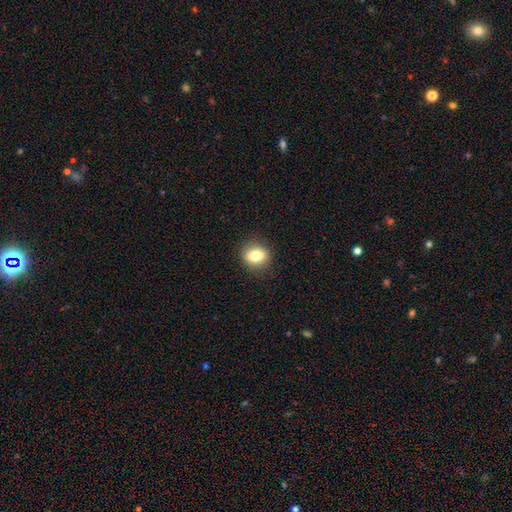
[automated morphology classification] Overall: smooth (80%). How rounded: round (69%; in between 30%). Merging: none (89%).